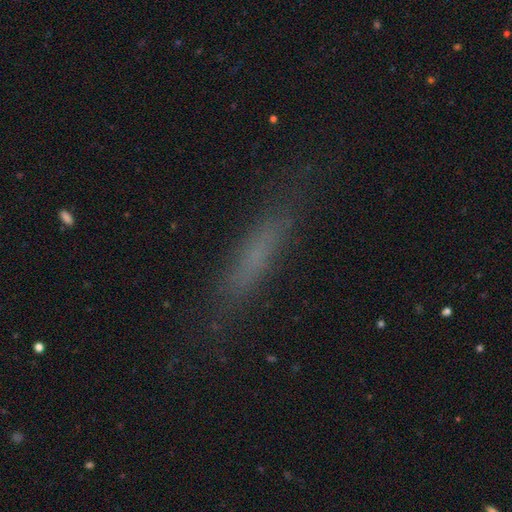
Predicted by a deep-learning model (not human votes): Smooth or featured?
  - smooth: 57% *
  - featured or disk: 28%
  - star or artifact: 15%
How rounded?
  - cigar-shaped: 86% *
  - in between: 13%
  - round: 2%
Merging?
  - none: 79% *
  - minor disturbance: 15%
  - major disturbance: 5%
  - merger: 2%